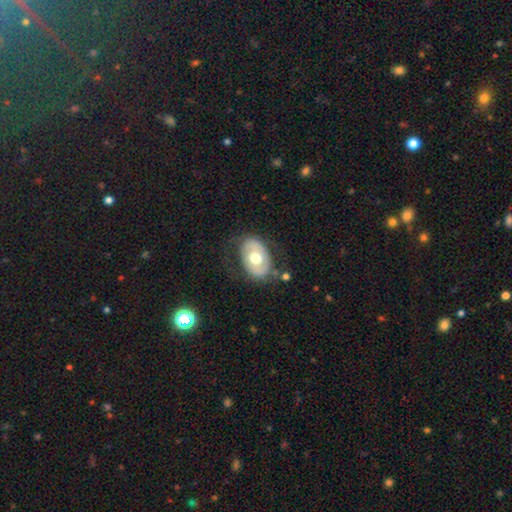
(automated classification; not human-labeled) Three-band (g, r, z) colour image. It shows a featured or disk galaxy (50%). Merging: none (73%).